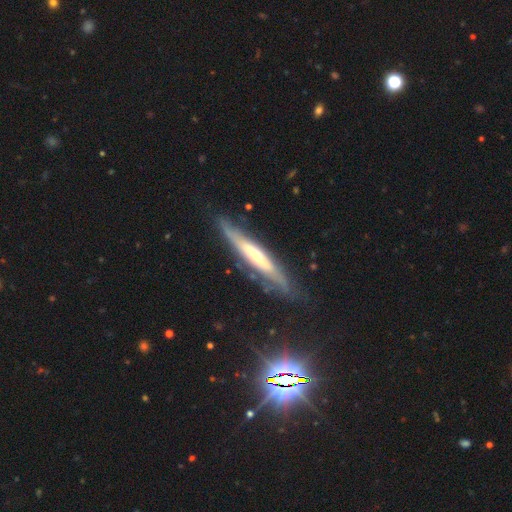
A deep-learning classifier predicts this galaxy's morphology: smooth-or-featured: featured or disk: 66% | smooth: 28% | star or artifact: 6%
  disk-edge-on: yes: 74% | no: 26%
  merging: none: 71% | minor disturbance: 20% | major disturbance: 7% | merger: 2%